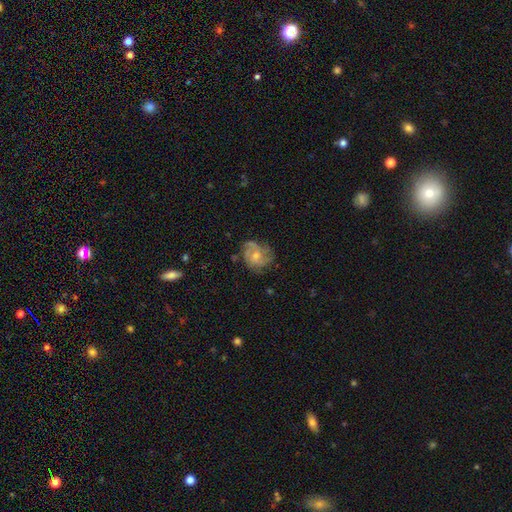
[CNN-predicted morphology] smooth-or-featured: featured or disk: 70% | smooth: 20% | star or artifact: 10%
  disk-edge-on: no: 97% | yes: 3%
    bar: no: 74% | weak: 23% | strong: 3%
    has-spiral-arms: yes: 89% | no: 11%
      spiral-winding: tight: 47% | medium: 39% | loose: 13%
      spiral-arm-count: 3: 32% | can't tell: 28% | 2: 19% | 4: 11% | 1: 5% | more than 4: 5%
    bulge-size: moderate: 51% | small: 43% | none: 2% | large: 2% | dominant: 1%
  merging: none: 70% | minor disturbance: 20% | major disturbance: 8% | merger: 2%